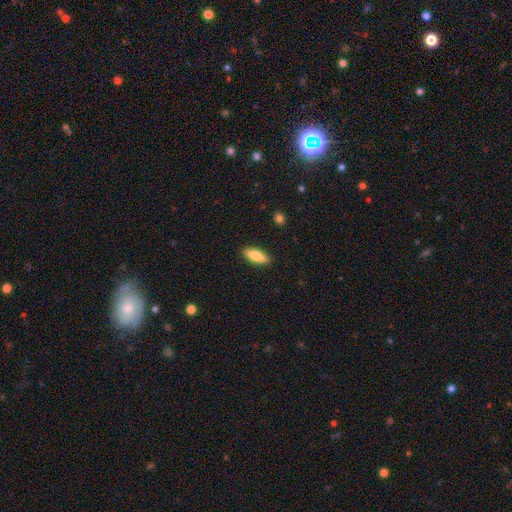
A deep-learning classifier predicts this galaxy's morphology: Smooth or featured: smooth — 80% (featured or disk — 14%)
How rounded: in between — 72% (cigar-shaped — 25%)
Merging: none — 89% (minor disturbance — 8%)